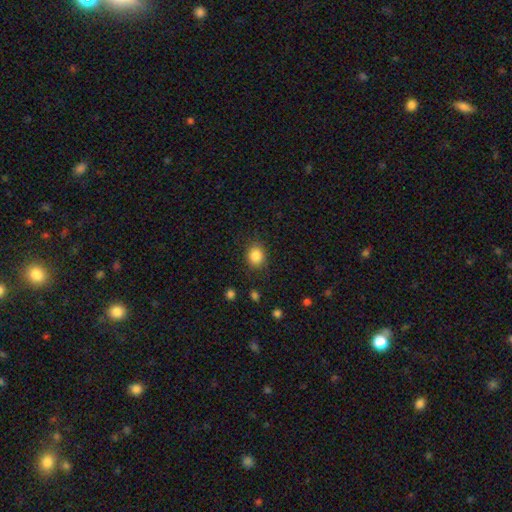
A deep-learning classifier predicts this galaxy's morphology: Smooth or featured?
  - smooth: 85% *
  - star or artifact: 10%
  - featured or disk: 5%
How rounded?
  - round: 66% *
  - in between: 33%
  - cigar-shaped: 1%
Merging?
  - none: 84% *
  - minor disturbance: 11%
  - major disturbance: 3%
  - merger: 1%